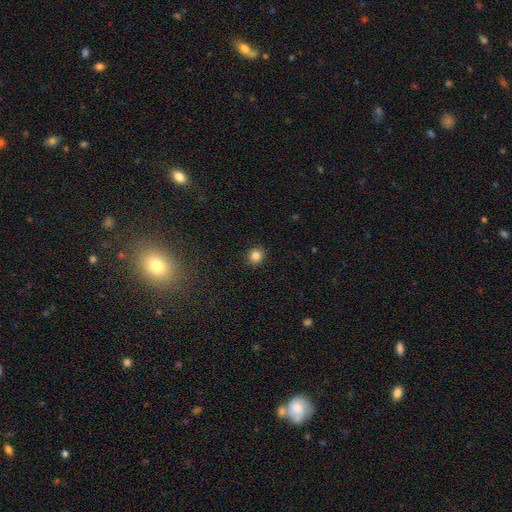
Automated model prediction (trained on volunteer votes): A smooth galaxy with no disk features (85%) that is round (93%). Merging: none (92%).